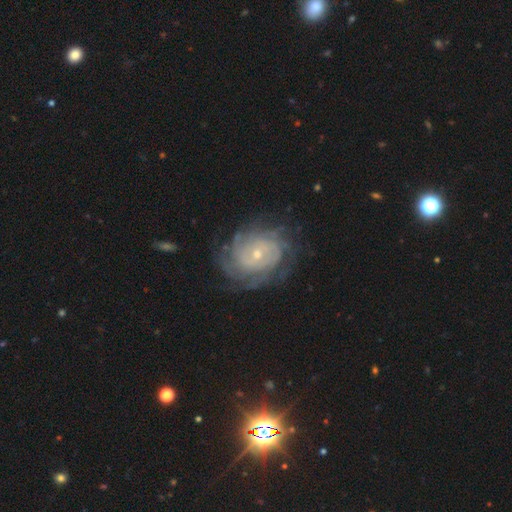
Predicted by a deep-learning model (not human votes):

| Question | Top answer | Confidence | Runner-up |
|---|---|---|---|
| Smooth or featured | featured or disk | 78% | smooth (11%) |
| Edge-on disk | no | 97% | yes (3%) |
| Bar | no | 67% | weak (26%) |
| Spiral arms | yes | 94% | no (6%) |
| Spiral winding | tight | 76% | medium (19%) |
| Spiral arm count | can't tell | 42% | 4 (14%) |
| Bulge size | small | 78% | moderate (18%) |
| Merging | none | 78% | minor disturbance (14%) |